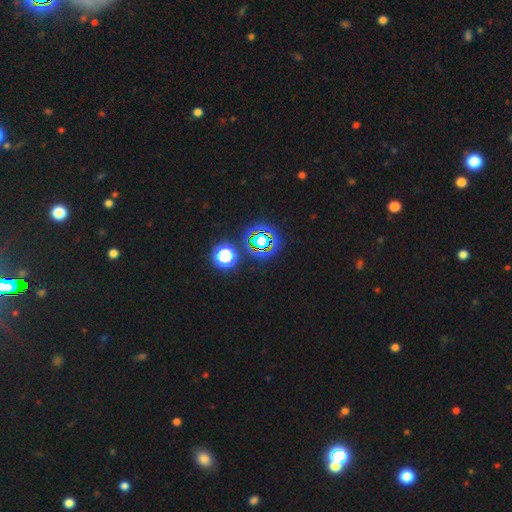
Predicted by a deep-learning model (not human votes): smooth_or_featured: star or artifact (p=0.72) [alt: smooth p=0.20]